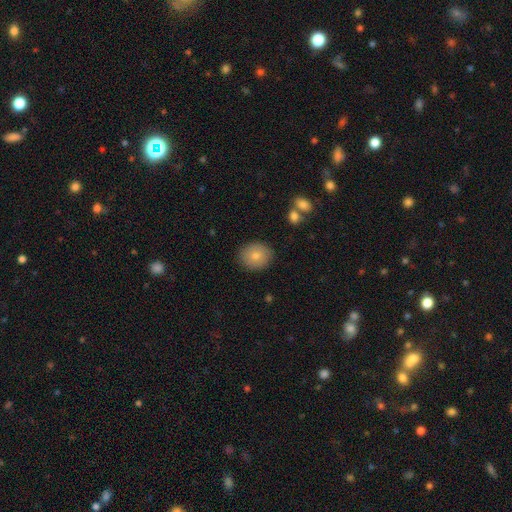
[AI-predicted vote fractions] This appears to be a smooth galaxy with no disk features (81%) that is round (71%). Merging: none (87%).